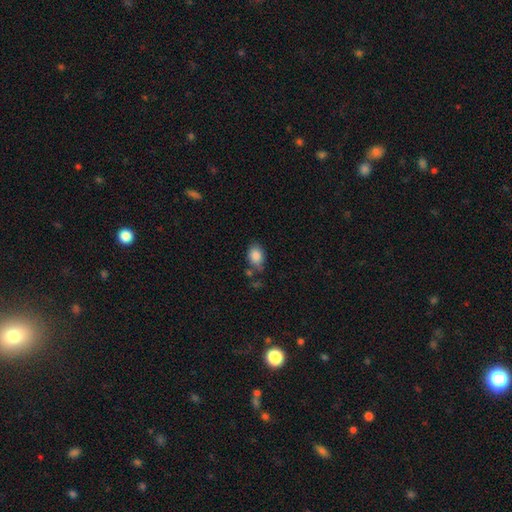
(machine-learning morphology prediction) This is clearly a smooth galaxy (85%). How rounded: likely in between (76%). Merging: likely none (61%).